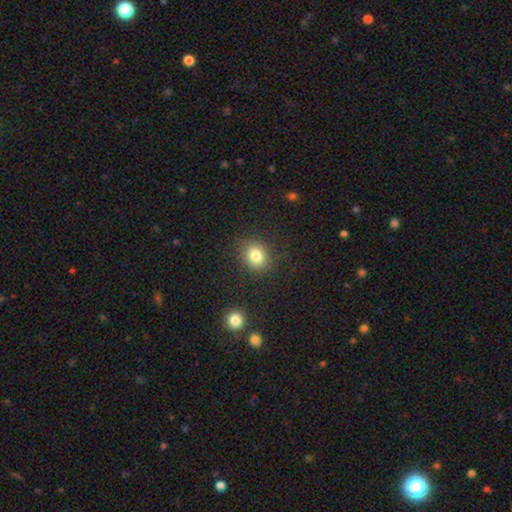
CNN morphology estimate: Q: Smooth or featured?
A: smooth (81%); runner-up: star or artifact (12%)
Q: How rounded?
A: round (67%); runner-up: in between (32%)
Q: Merging?
A: none (85%); runner-up: minor disturbance (9%)